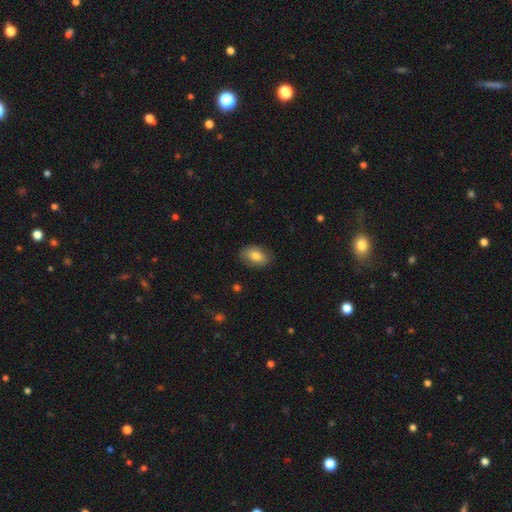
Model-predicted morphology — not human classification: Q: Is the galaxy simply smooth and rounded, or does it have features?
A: smooth — 78%.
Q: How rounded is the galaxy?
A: in between — 86%.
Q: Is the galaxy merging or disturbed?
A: none — 82%.